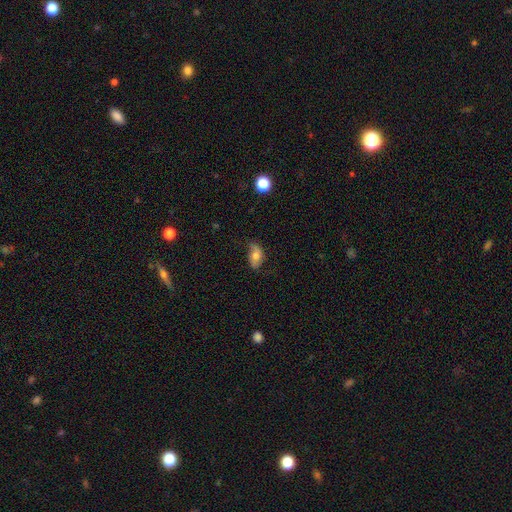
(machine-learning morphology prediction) This appears to be a smooth galaxy with no disk features (58%) that is in between round and cigar-shaped (89%). Merging: none (67%).